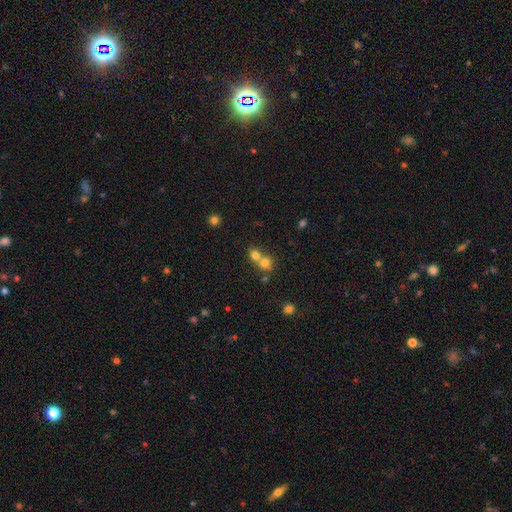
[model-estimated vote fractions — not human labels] A smooth galaxy with no disk features (73%) that is round (80%).

Vote fractions:
- Smooth or featured? smooth: 73% / star or artifact: 15% / featured or disk: 12%
- How rounded? round: 80% / in between: 19% / cigar-shaped: 1%
- Merging? merger: 57% / none: 36% / minor disturbance: 5% / major disturbance: 2%